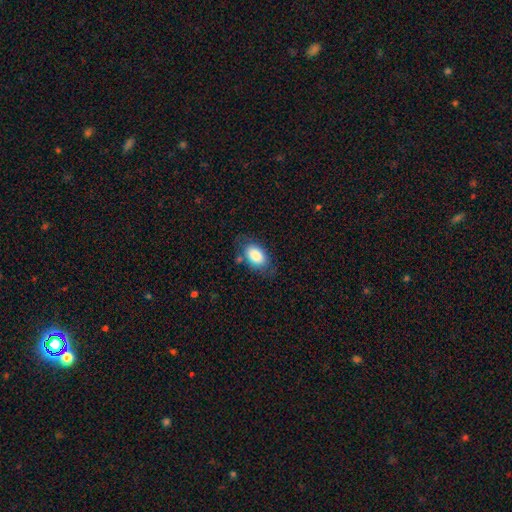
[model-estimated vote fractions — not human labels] Overall: smooth (85%). How rounded: in between (91%). Merging: none (72%).